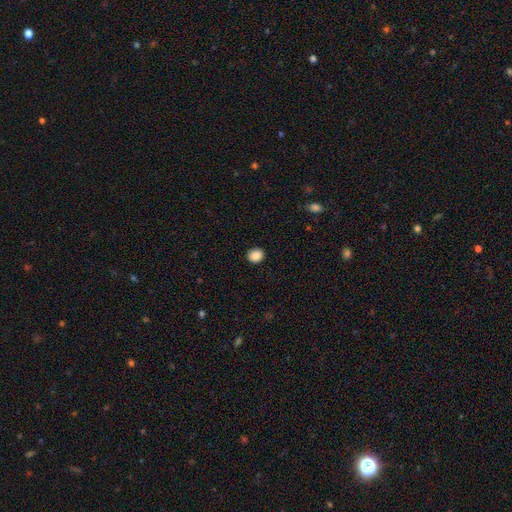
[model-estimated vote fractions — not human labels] The model was most divided on "how rounded": round: 76%, in between: 23%, cigar-shaped: 1%. More confident: merging — none (92%); smooth or featured — smooth (88%).